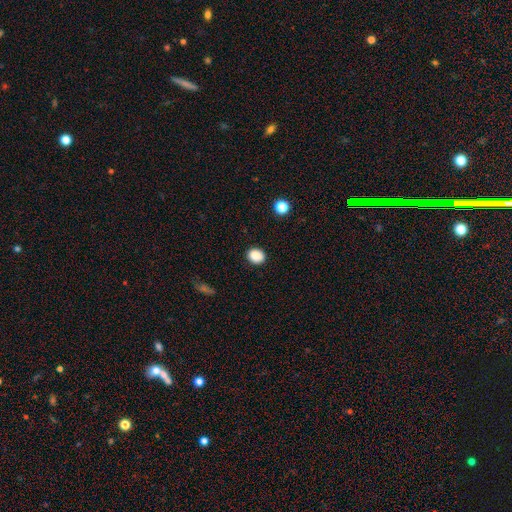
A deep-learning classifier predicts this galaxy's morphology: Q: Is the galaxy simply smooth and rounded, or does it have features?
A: smooth — 88%.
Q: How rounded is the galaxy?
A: round — 68%.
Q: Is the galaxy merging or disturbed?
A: none — 90%.